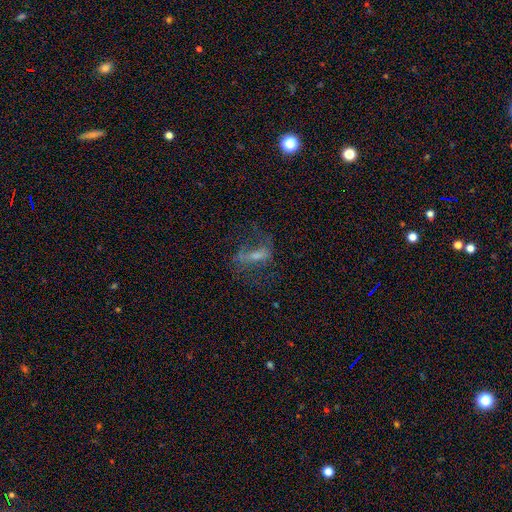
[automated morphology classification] A featured or disk galaxy (55%). Merging: none (48%).